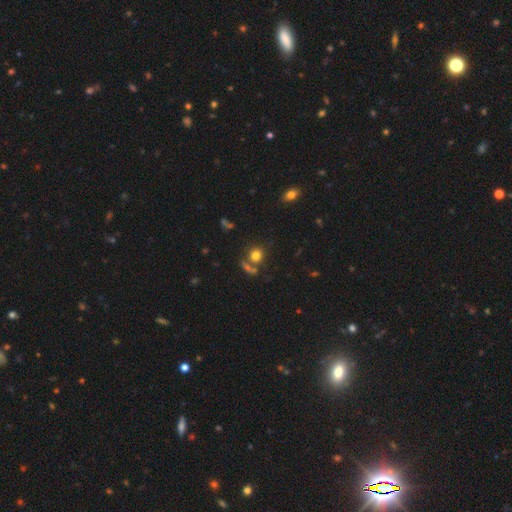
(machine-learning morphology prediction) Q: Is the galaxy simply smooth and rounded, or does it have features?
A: smooth — 76%.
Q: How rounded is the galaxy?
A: round — 85%.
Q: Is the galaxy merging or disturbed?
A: none — 63%.